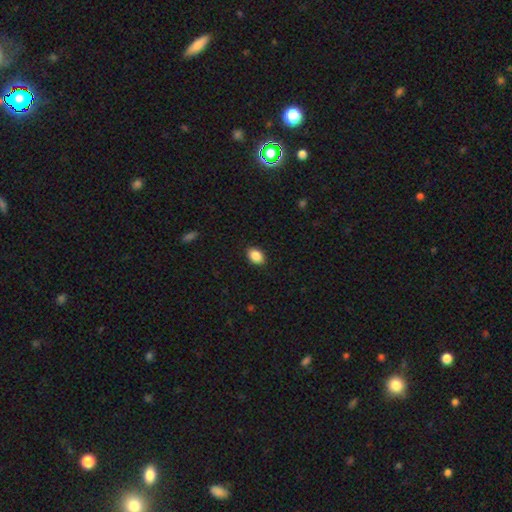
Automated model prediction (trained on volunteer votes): A smooth galaxy with no disk features (88%) that is in between round and cigar-shaped (81%). Merging: none (89%).